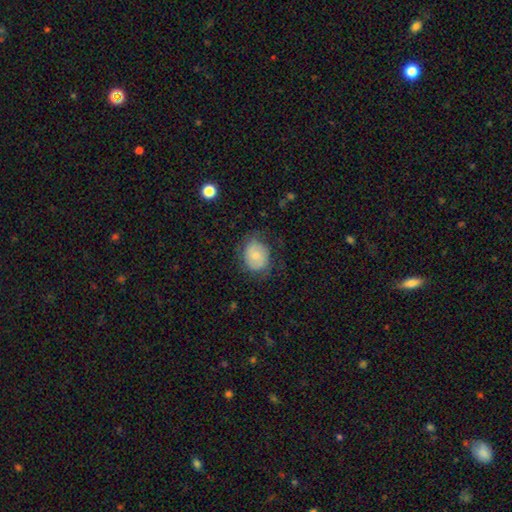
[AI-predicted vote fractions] A smooth galaxy with no disk features (68%) that is round (59%). Merging: none (60%).